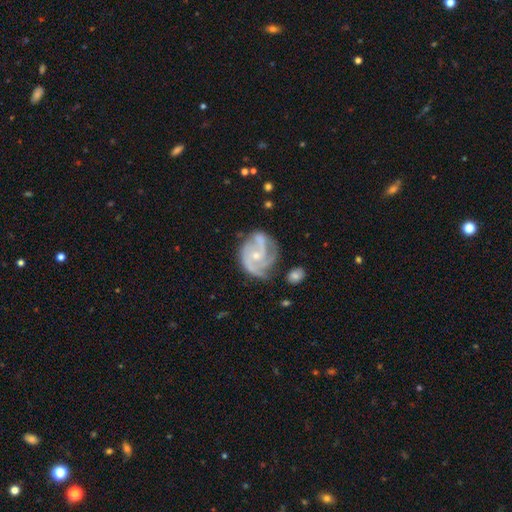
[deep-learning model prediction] Smooth or featured? Predicted: featured or disk (p=0.88). Edge-on disk? Predicted: no (p=0.98). Bar? Predicted: no (p=0.67). Spiral arms? Predicted: yes (p=0.97). Spiral winding? Predicted: tight (p=0.47). Spiral arm count? Predicted: 3 (p=0.49). Bulge size? Predicted: small (p=0.63). Merging? Predicted: none (p=0.57).